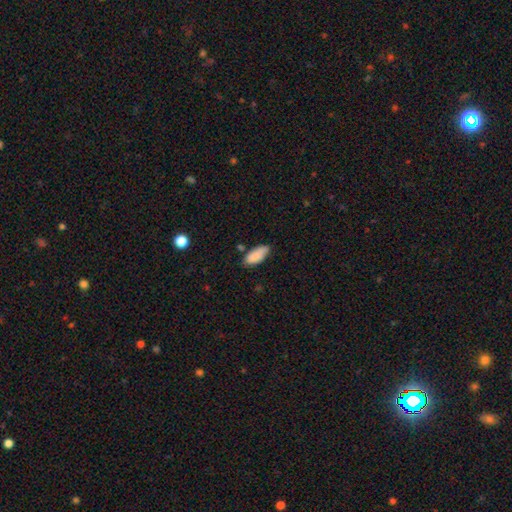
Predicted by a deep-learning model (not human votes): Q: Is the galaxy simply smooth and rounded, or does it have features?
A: smooth — 87%.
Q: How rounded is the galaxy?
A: in between — 86%.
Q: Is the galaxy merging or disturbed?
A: none — 67%.